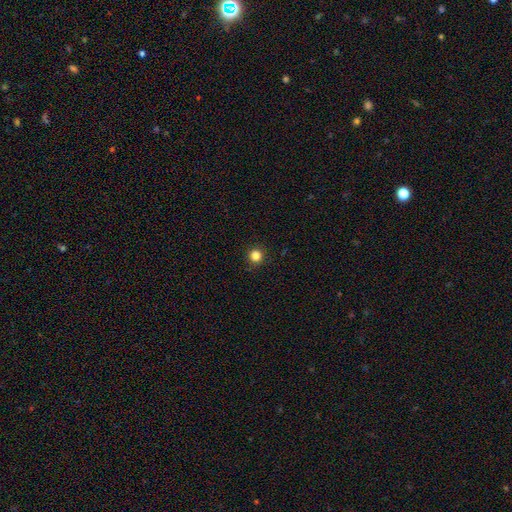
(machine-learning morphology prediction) This is clearly a smooth galaxy (84%). How rounded: clearly round (94%). Merging: clearly none (91%).